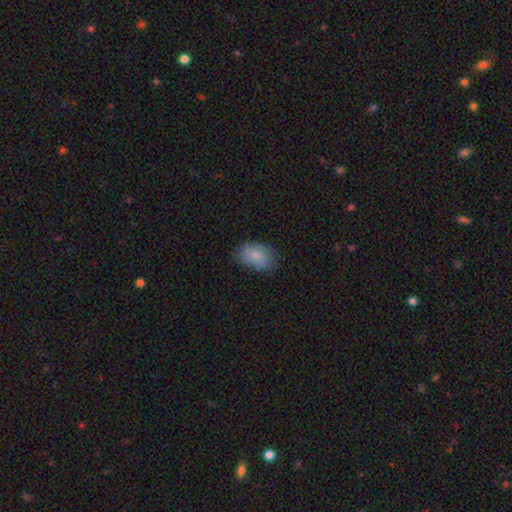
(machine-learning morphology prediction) Smooth or featured?
  - smooth: 82% *
  - featured or disk: 11%
  - star or artifact: 7%
How rounded?
  - in between: 87% *
  - round: 11%
  - cigar-shaped: 1%
Merging?
  - none: 68% *
  - minor disturbance: 24%
  - major disturbance: 6%
  - merger: 1%